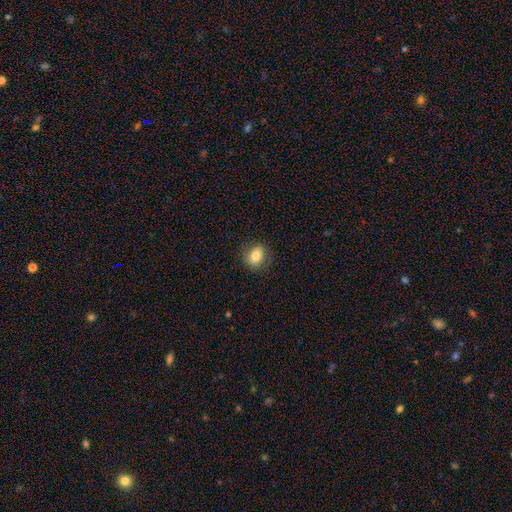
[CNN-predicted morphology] type=smooth (78%); roundness=in between (52%); merging=none (82%).